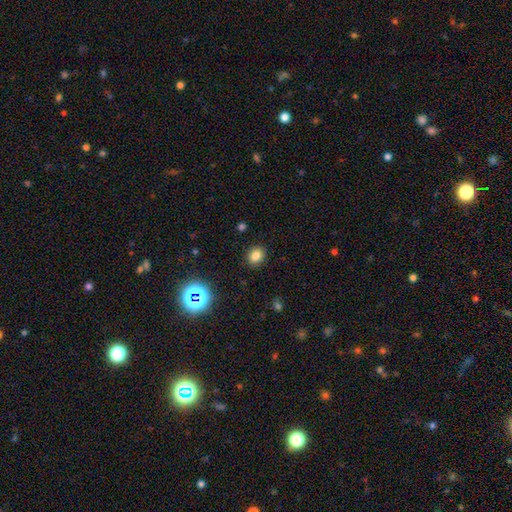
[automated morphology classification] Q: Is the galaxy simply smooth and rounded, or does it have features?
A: smooth — 81%.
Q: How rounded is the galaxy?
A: round — 57%.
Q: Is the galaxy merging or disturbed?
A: none — 89%.